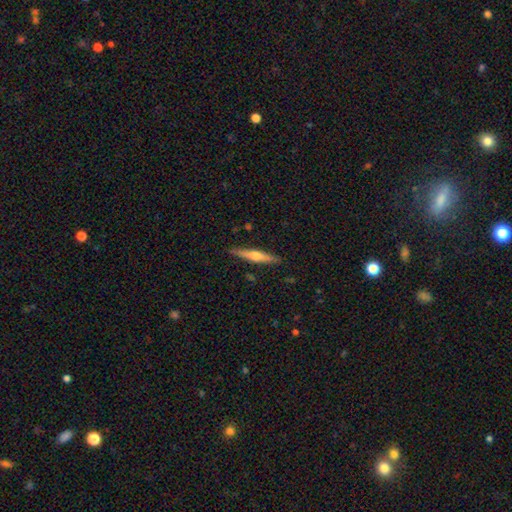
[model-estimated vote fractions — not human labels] Smooth or featured? featured or disk (59%)
Edge-on disk? yes (96%)
Edge-on bulge? rounded (91%)
Merging? none (88%)